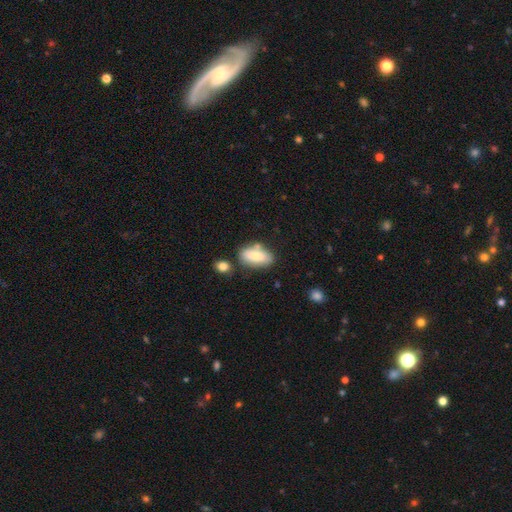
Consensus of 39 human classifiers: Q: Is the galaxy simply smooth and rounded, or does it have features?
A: smooth — 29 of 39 (74%).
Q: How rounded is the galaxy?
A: in between — 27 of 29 (93%).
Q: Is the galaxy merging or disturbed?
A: none — 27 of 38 (71%).